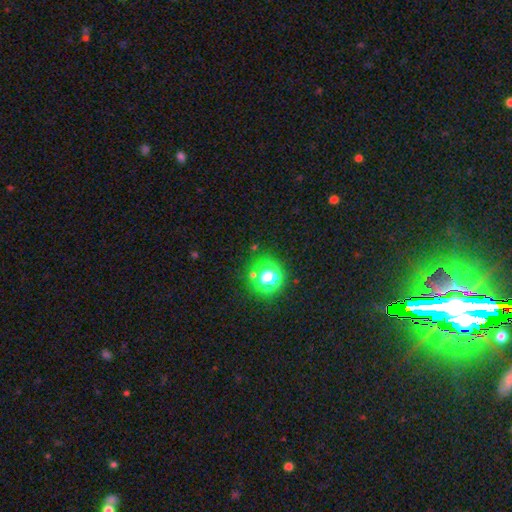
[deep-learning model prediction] Q: Smooth or featured?
A: star or artifact (73%); runner-up: smooth (21%)